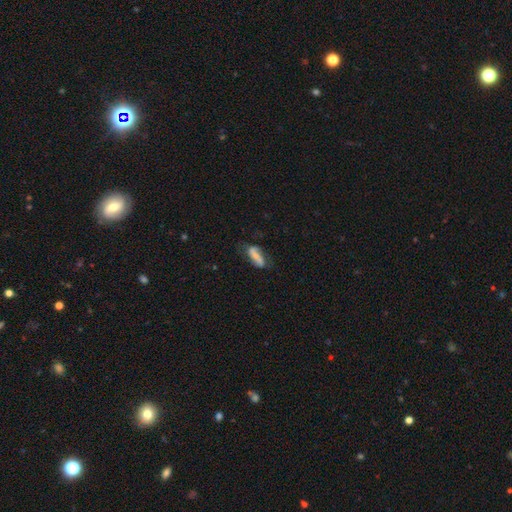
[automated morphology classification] The model was most divided on "smooth or featured": smooth: 47%, featured or disk: 44%, star or artifact: 8%. More confident: merging — none (54%).